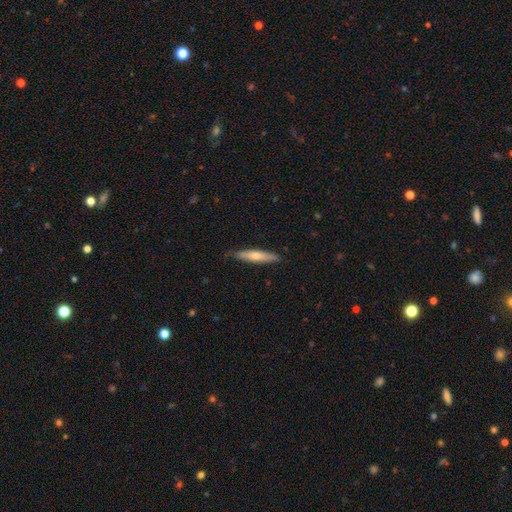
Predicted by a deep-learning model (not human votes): smooth 60%, featured or disk 35%, star or artifact 5%. Down the decision tree: how rounded — cigar-shaped (85%); merging — none (82%).